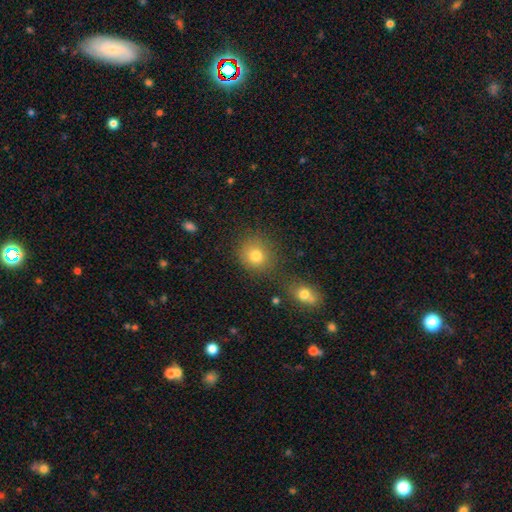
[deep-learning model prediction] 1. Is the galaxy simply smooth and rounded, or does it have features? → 79% smooth, 13% star or artifact, 8% featured or disk.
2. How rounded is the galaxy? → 83% round, 16% in between, 1% cigar-shaped.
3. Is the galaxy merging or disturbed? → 73% none, 12% merger, 11% minor disturbance, 4% major disturbance.